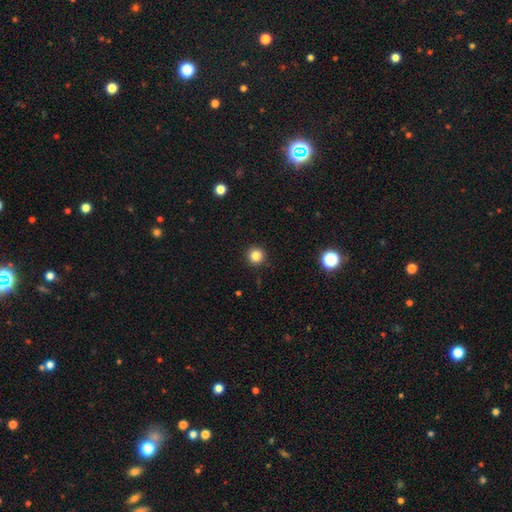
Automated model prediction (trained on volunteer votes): smooth-or-featured: smooth: 83% | star or artifact: 13% | featured or disk: 5%
  how-rounded: round: 96% | in between: 3% | cigar-shaped: 1%
  merging: none: 93% | minor disturbance: 5% | major disturbance: 2% | merger: 1%